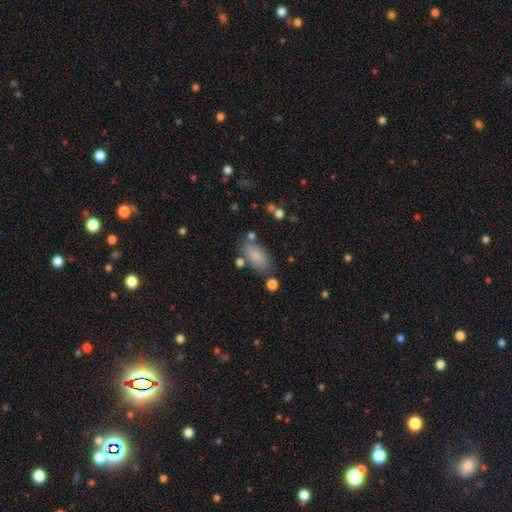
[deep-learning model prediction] Q: Smooth or featured?
A: smooth (83%); runner-up: featured or disk (9%)
Q: How rounded?
A: in between (91%); runner-up: cigar-shaped (5%)
Q: Merging?
A: none (73%); runner-up: minor disturbance (15%)